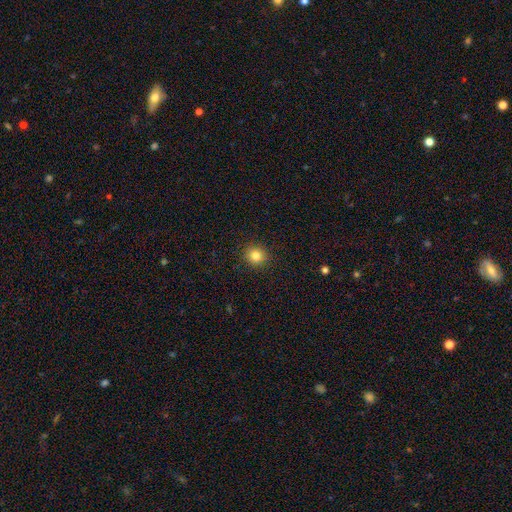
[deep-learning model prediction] A smooth galaxy with no disk features (82%) that is round (90%). Merging: none (91%).